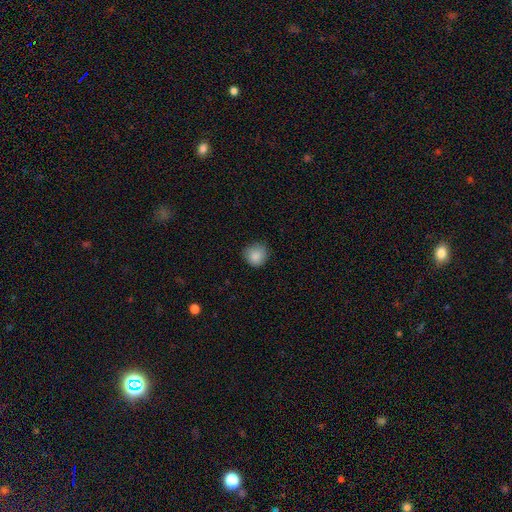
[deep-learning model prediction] Smooth or featured: smooth — 87% (star or artifact — 9%)
How rounded: round — 88% (in between — 11%)
Merging: none — 80% (minor disturbance — 16%)